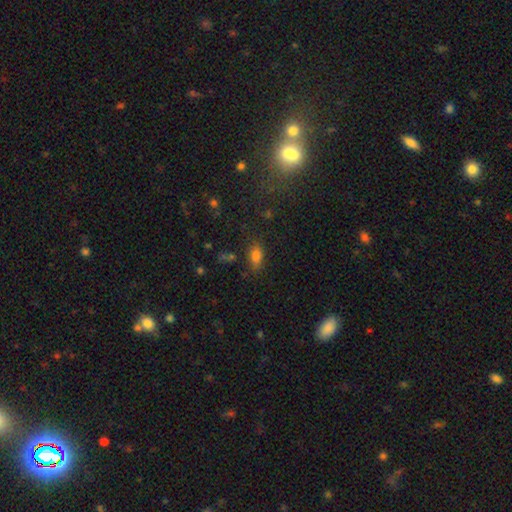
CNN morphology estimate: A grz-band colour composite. It shows a smooth galaxy with no disk features (75%) that is in between round and cigar-shaped (84%). Merging: none (73%).